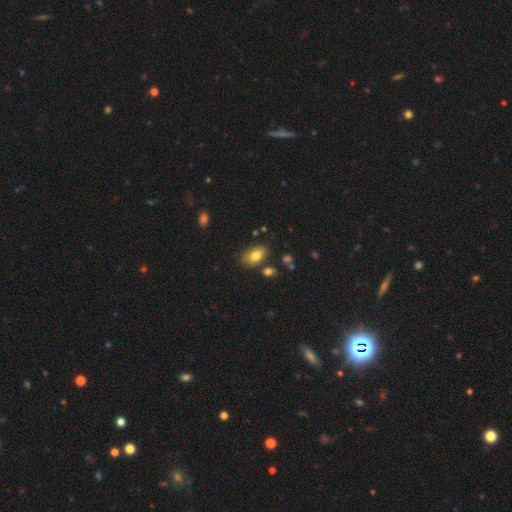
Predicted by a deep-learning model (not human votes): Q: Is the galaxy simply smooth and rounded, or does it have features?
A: smooth — 80%.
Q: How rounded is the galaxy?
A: in between — 90%.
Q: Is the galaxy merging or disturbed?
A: none — 75%.